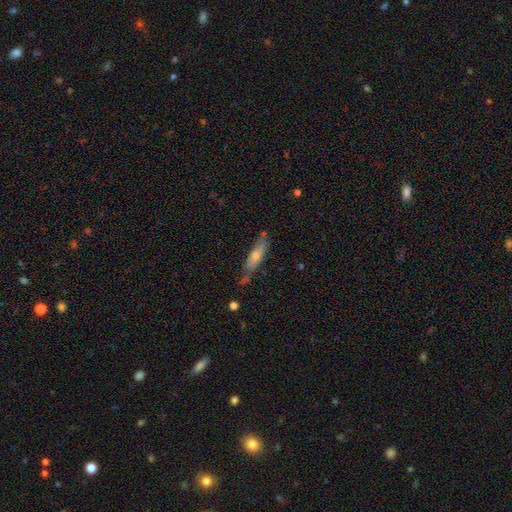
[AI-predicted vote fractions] This is likely a smooth galaxy (61%). How rounded: likely cigar-shaped (71%). Merging: possibly none (60%).